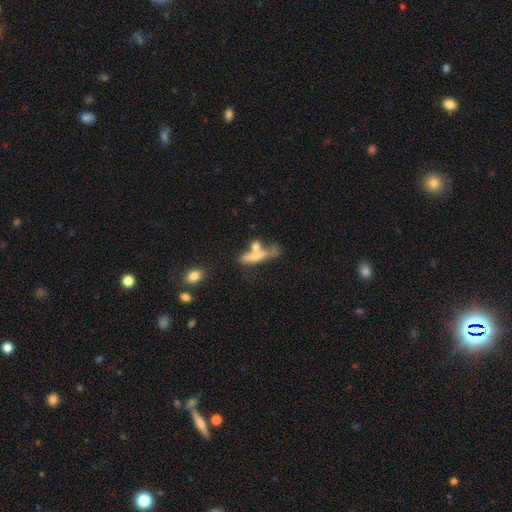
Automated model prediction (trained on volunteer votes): The model was most divided on "merging": merger: 38%, none: 32%, minor disturbance: 17%, major disturbance: 14%. More confident: how rounded — cigar-shaped (61%); smooth or featured — smooth (59%).